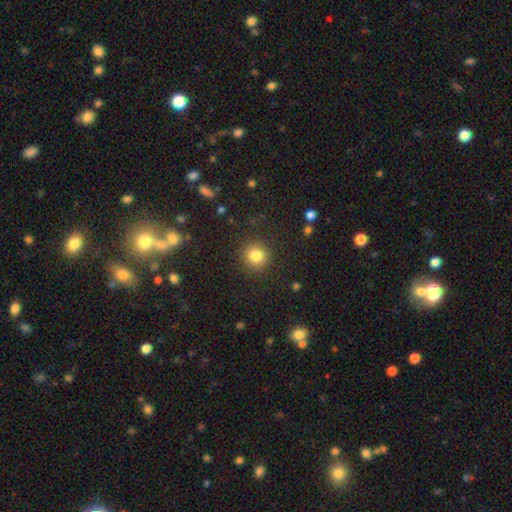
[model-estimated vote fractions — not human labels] Q: Smooth or featured?
A: smooth (82%); runner-up: star or artifact (12%)
Q: How rounded?
A: round (92%); runner-up: in between (7%)
Q: Merging?
A: none (90%); runner-up: minor disturbance (6%)